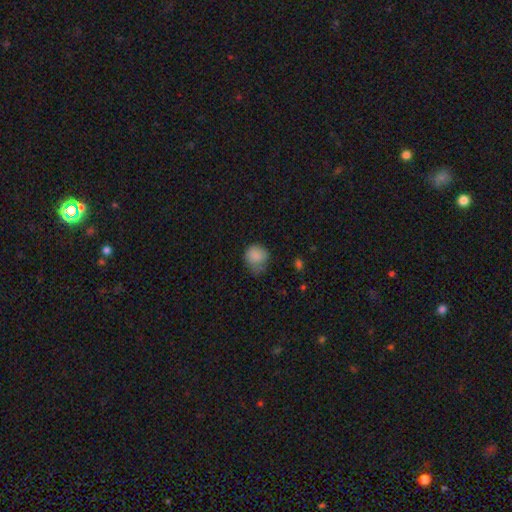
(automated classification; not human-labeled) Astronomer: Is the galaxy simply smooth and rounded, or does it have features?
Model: smooth — 84%.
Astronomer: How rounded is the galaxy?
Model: round — 74%.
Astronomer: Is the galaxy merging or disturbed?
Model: none — 45% (runner-up: minor disturbance, 37%).